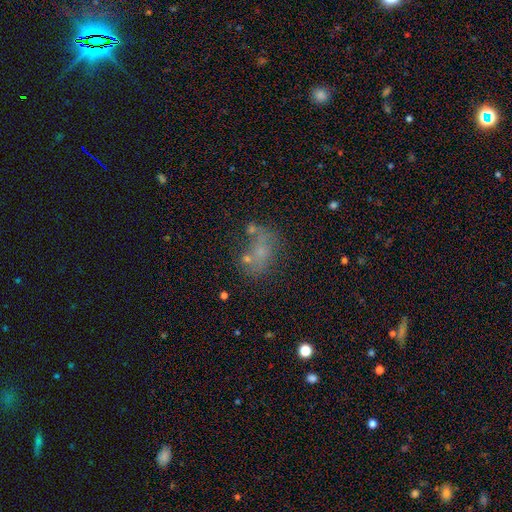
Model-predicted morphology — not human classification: smooth_or_featured: smooth (p=0.45) [alt: featured or disk p=0.29]
merging: none (p=0.44) [alt: merger p=0.22]